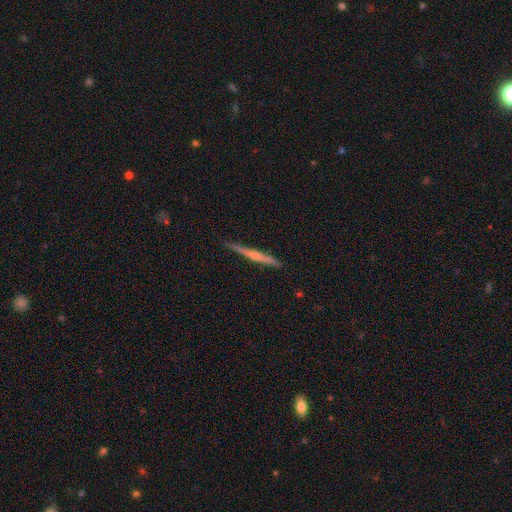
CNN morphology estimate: The model was most divided on "edge-on bulge": none: 51%, rounded: 40%, boxy: 9%. More confident: edge-on disk — yes (98%); merging — none (88%); smooth or featured — featured or disk (55%).